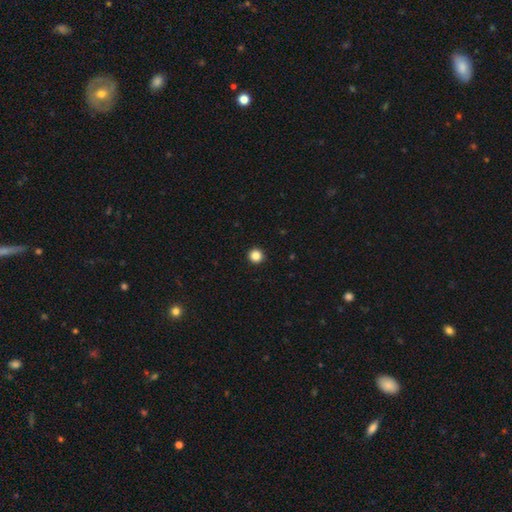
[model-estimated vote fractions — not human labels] smooth 86%, star or artifact 11%, featured or disk 3%. Down the decision tree: how rounded — round (96%); merging — none (94%).